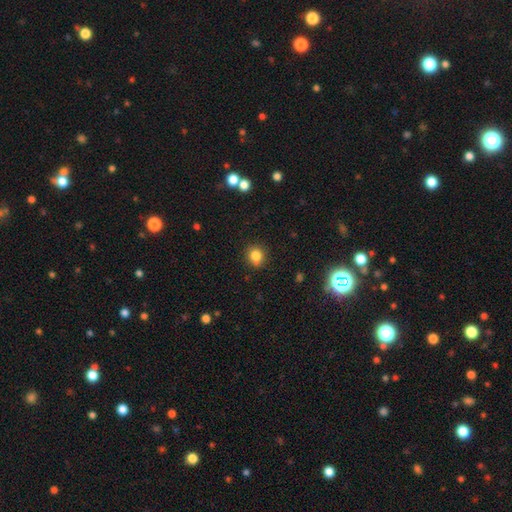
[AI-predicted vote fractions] Smooth or featured: smooth — 82% (star or artifact — 12%)
How rounded: round — 80% (in between — 19%)
Merging: none — 81% (minor disturbance — 13%)